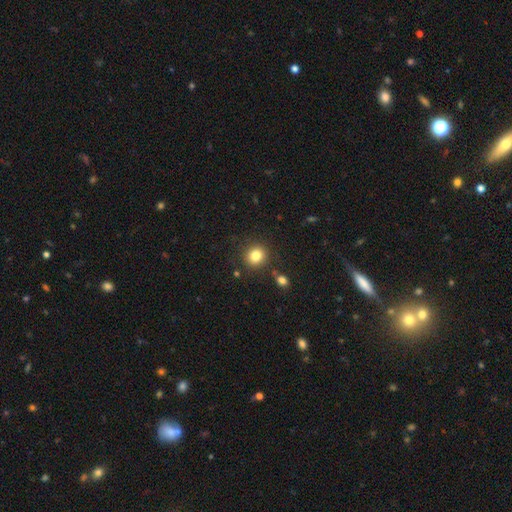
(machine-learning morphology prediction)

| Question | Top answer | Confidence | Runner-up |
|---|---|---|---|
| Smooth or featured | smooth | 82% | star or artifact (12%) |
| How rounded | round | 86% | in between (13%) |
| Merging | none | 87% | minor disturbance (8%) |